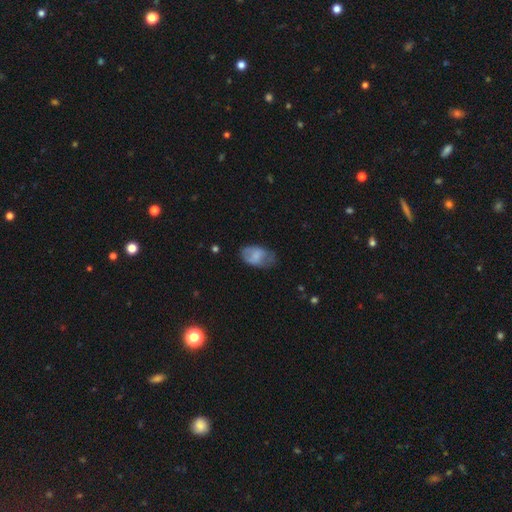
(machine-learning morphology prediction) Smooth or featured?
  - smooth: 64% *
  - featured or disk: 28%
  - star or artifact: 7%
How rounded?
  - in between: 91% *
  - round: 7%
  - cigar-shaped: 2%
Merging?
  - none: 54% *
  - minor disturbance: 30%
  - major disturbance: 14%
  - merger: 2%